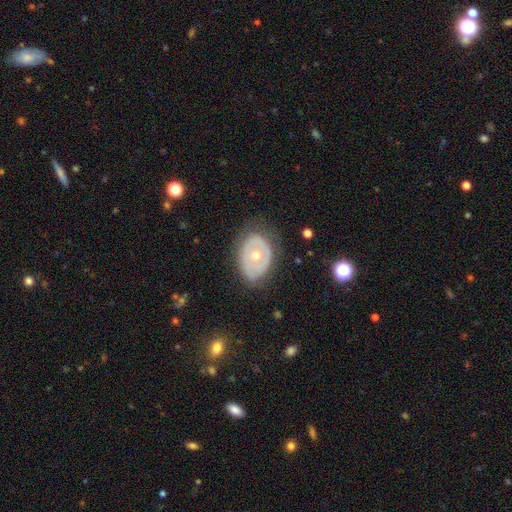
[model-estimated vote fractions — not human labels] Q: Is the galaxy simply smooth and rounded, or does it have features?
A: featured or disk — 63%.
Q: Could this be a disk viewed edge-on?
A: no — 93%.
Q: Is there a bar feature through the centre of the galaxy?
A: no — 88%.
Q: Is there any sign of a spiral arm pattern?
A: no — 74%.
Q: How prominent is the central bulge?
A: moderate — 61%.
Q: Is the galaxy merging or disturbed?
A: none — 67%.